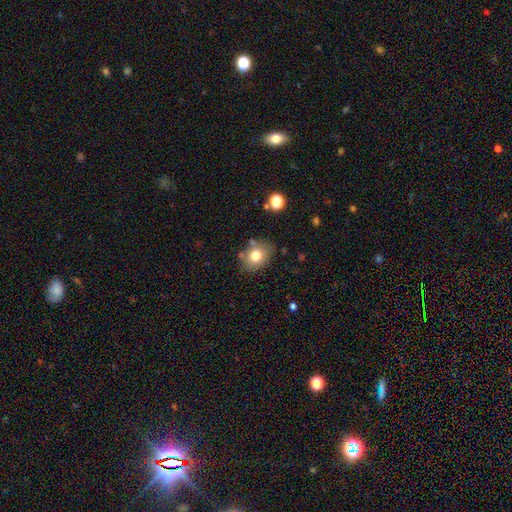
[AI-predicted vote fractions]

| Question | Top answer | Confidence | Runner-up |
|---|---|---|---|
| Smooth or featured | smooth | 76% | featured or disk (13%) |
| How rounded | in between | 55% | round (45%) |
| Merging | none | 74% | minor disturbance (16%) |